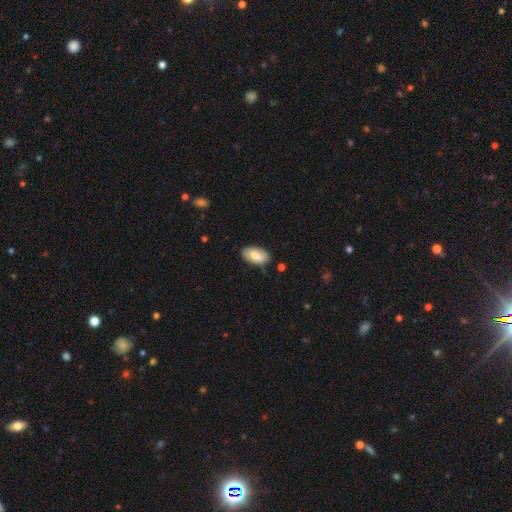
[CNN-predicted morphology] smooth_or_featured: smooth (p=0.75) [alt: featured or disk p=0.18]
how_rounded: in between (p=0.95) [alt: round p=0.03]
merging: none (p=0.78) [alt: minor disturbance p=0.16]